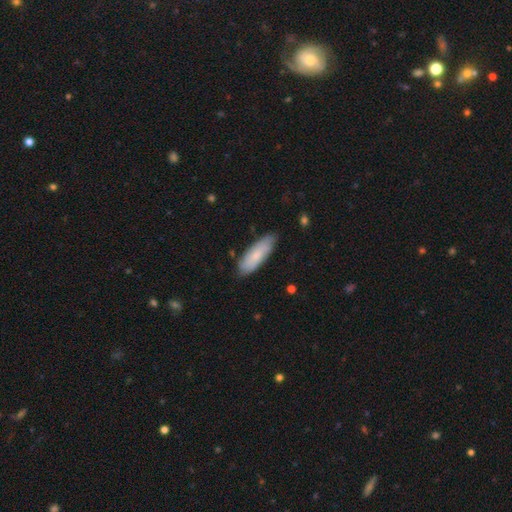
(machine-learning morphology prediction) Overall: smooth (73%). How rounded: in between (59%; cigar-shaped 39%). Merging: none (80%).